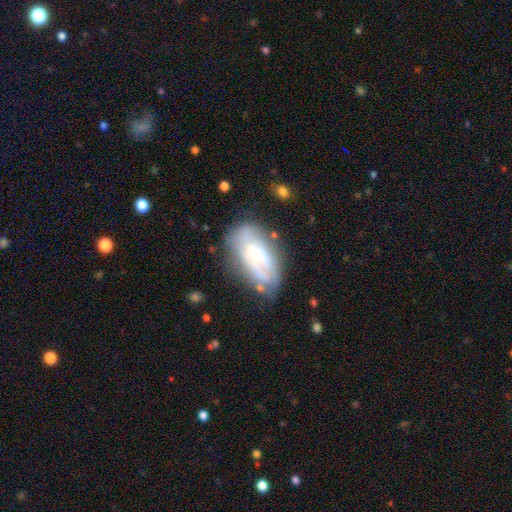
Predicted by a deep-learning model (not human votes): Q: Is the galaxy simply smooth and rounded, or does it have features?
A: featured or disk — 57%.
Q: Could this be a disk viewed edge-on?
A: no — 87%.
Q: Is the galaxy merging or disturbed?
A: none — 55%.